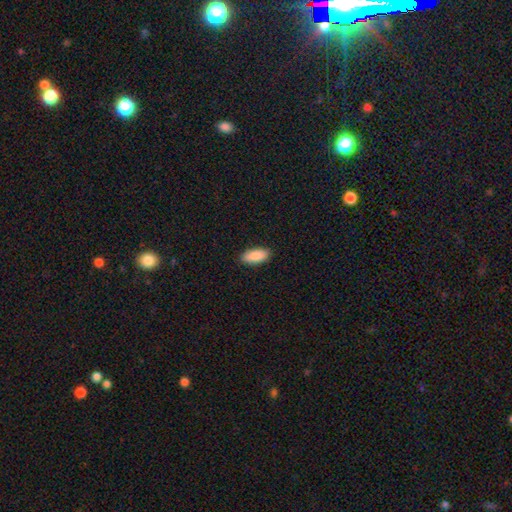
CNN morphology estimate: Smooth or featured?
  - smooth: 90% *
  - star or artifact: 6%
  - featured or disk: 4%
How rounded?
  - in between: 85% *
  - cigar-shaped: 13%
  - round: 2%
Merging?
  - none: 90% *
  - minor disturbance: 8%
  - major disturbance: 2%
  - merger: 1%